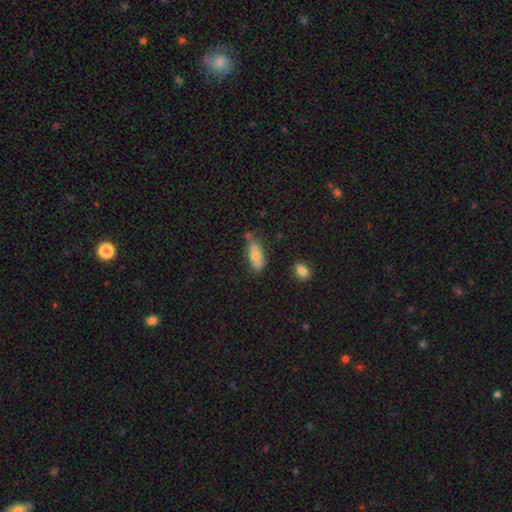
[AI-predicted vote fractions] Q: Smooth or featured?
A: smooth (75%); runner-up: featured or disk (17%)
Q: How rounded?
A: in between (80%); runner-up: cigar-shaped (17%)
Q: Merging?
A: none (66%); runner-up: minor disturbance (22%)